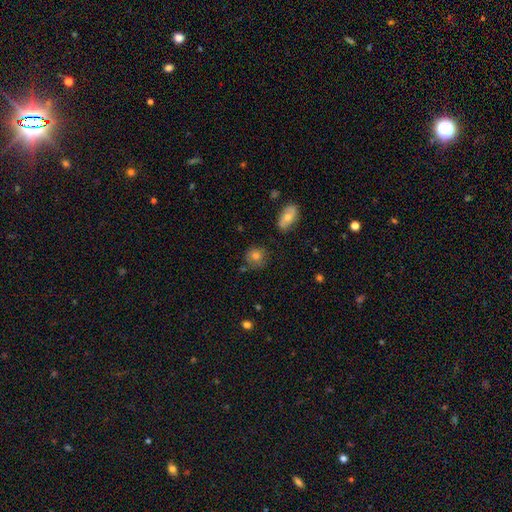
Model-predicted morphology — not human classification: Smooth or featured: smooth — 75% (featured or disk — 15%)
How rounded: round — 81% (in between — 17%)
Merging: none — 75% (minor disturbance — 17%)